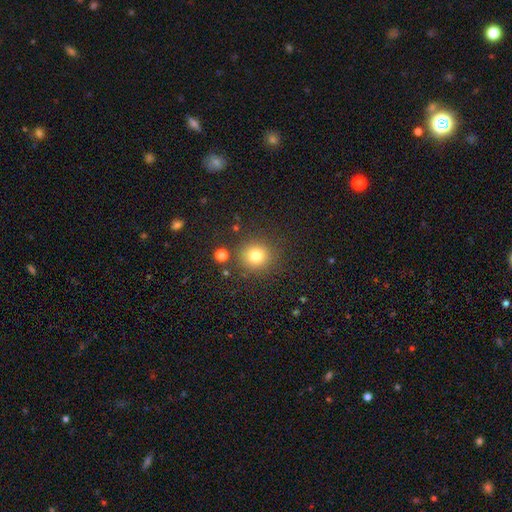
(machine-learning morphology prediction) Smooth or featured?
  - smooth: 80% *
  - star or artifact: 14%
  - featured or disk: 6%
How rounded?
  - round: 91% *
  - in between: 8%
  - cigar-shaped: 1%
Merging?
  - none: 85% *
  - minor disturbance: 8%
  - merger: 4%
  - major disturbance: 3%